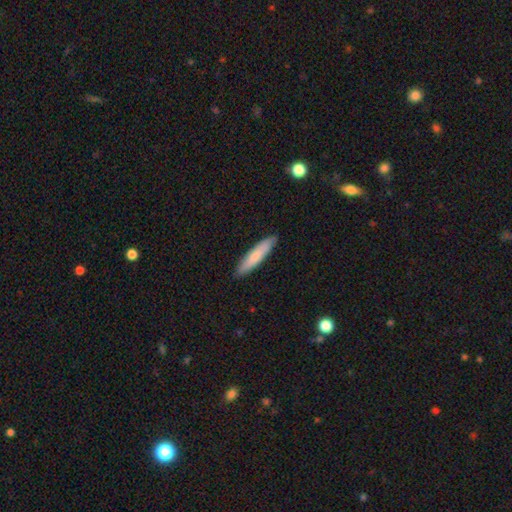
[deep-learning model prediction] smooth 78%, featured or disk 17%, star or artifact 5%. Down the decision tree: how rounded — cigar-shaped (85%); merging — none (89%).